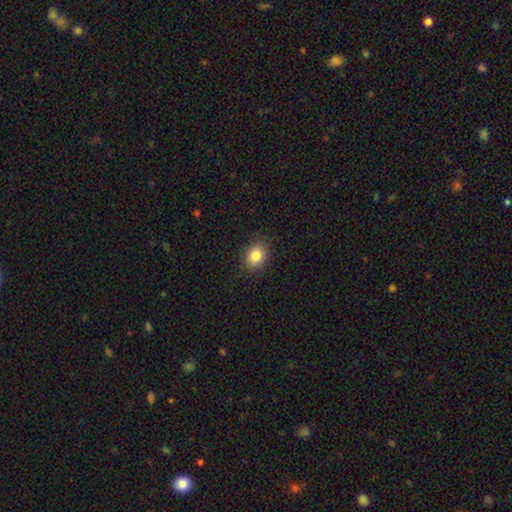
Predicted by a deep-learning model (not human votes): A smooth galaxy with no disk features (84%) that is in between round and cigar-shaped (50%). Merging: none (88%).